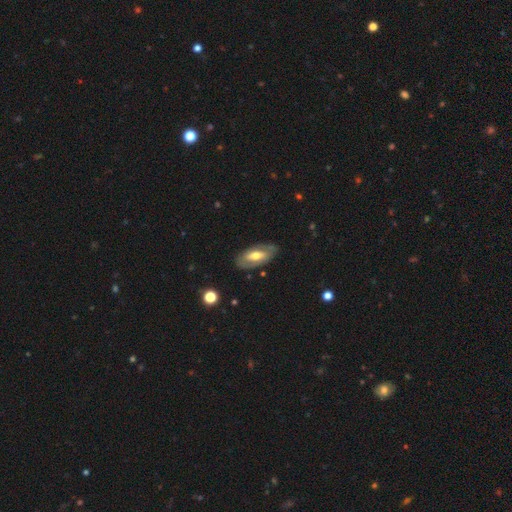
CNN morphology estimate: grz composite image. It shows a featured or disk galaxy (55%). Merging: none (79%).